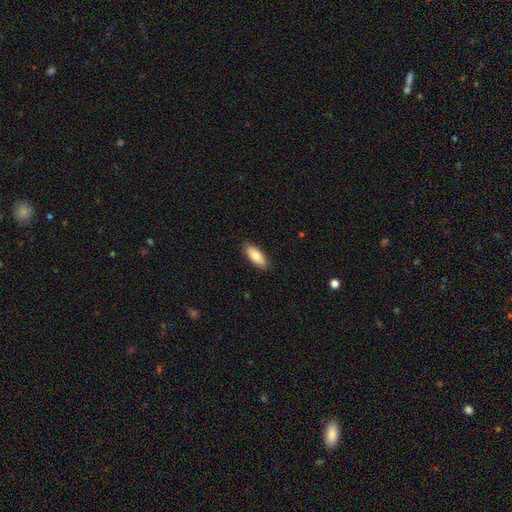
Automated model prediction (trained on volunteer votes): A smooth galaxy with no disk features (83%) that is in between round and cigar-shaped (79%).

Vote fractions:
- Smooth or featured? smooth: 83% / featured or disk: 11% / star or artifact: 6%
- How rounded? in between: 79% / cigar-shaped: 19% / round: 2%
- Merging? none: 87% / minor disturbance: 10% / major disturbance: 2% / merger: 1%